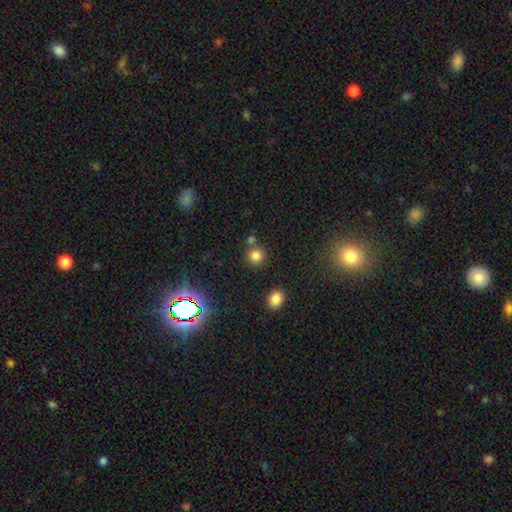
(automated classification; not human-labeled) Smooth or featured? Predicted: smooth (p=0.79). How rounded? Predicted: round (p=0.90). Merging? Predicted: none (p=0.72).